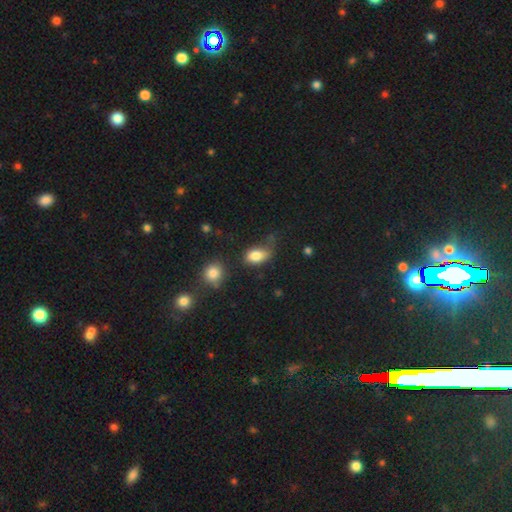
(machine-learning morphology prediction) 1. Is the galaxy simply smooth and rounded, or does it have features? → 82% smooth, 9% star or artifact, 8% featured or disk.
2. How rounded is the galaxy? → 85% in between, 12% round, 2% cigar-shaped.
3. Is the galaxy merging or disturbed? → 45% none, 32% minor disturbance, 16% major disturbance, 6% merger.